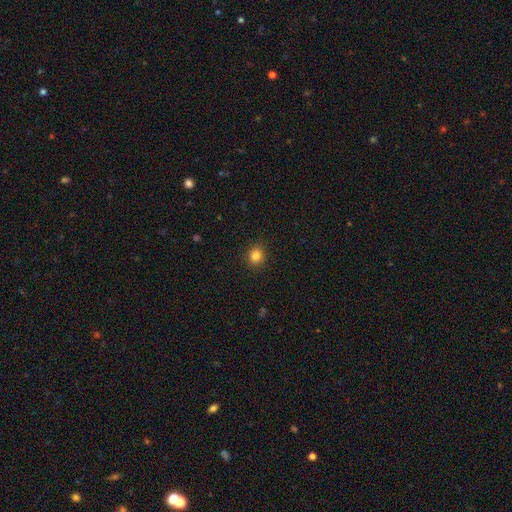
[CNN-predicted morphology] A smooth galaxy with no disk features (84%) that is round (83%).

Vote fractions:
- Smooth or featured? smooth: 84% / star or artifact: 12% / featured or disk: 5%
- How rounded? round: 83% / in between: 16% / cigar-shaped: 1%
- Merging? none: 91% / minor disturbance: 6% / major disturbance: 2% / merger: 1%